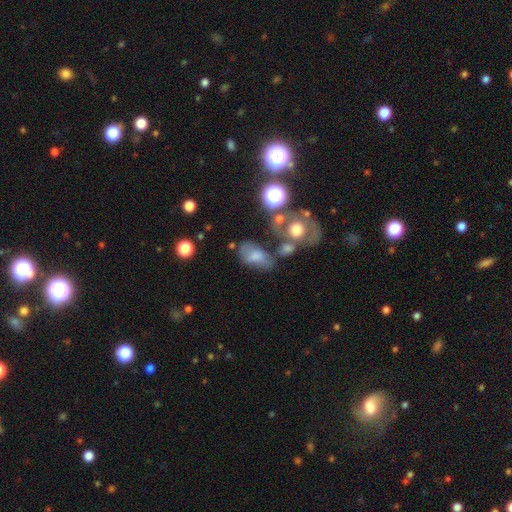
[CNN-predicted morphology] This is likely a smooth galaxy (61%). How rounded: clearly in between (87%). Merging: marginally none (36%).